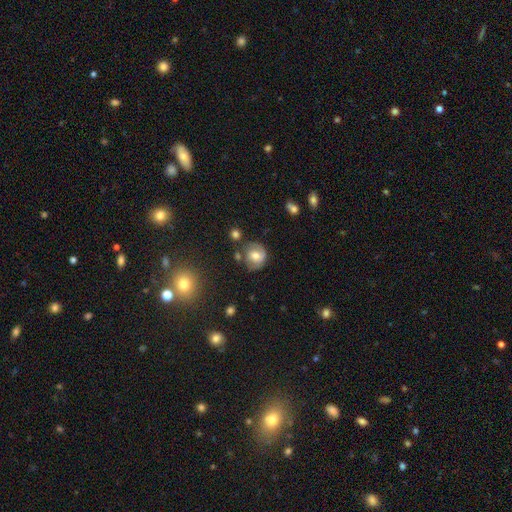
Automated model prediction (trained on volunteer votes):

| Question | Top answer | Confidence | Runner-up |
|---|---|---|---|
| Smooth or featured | featured or disk | 47% | smooth (44%) |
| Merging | none | 65% | minor disturbance (21%) |